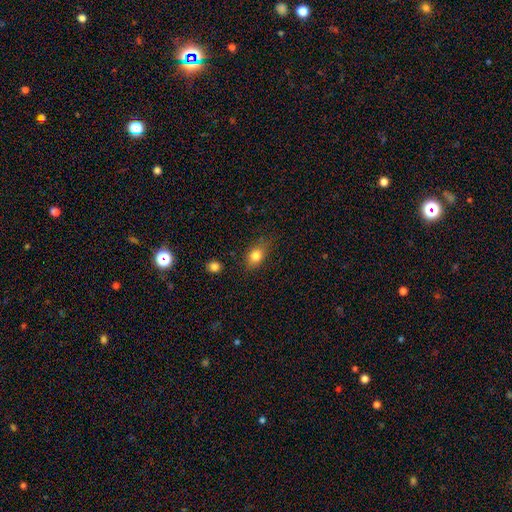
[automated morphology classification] A smooth galaxy with no disk features (82%) that is in between round and cigar-shaped (66%). Merging: none (74%).